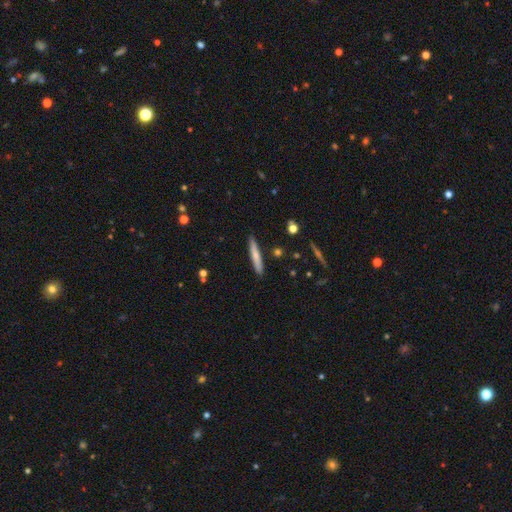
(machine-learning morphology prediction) Smooth or featured: smooth — 66% (featured or disk — 28%)
How rounded: cigar-shaped — 94% (in between — 5%)
Merging: none — 88% (minor disturbance — 8%)